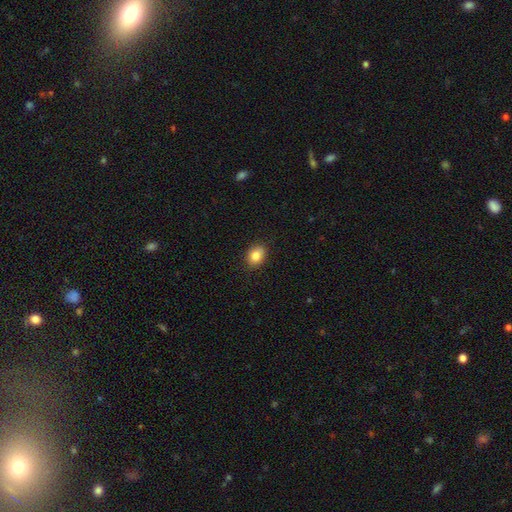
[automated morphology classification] Smooth or featured? smooth (85%)
How rounded? in between (63%)
Merging? none (87%)